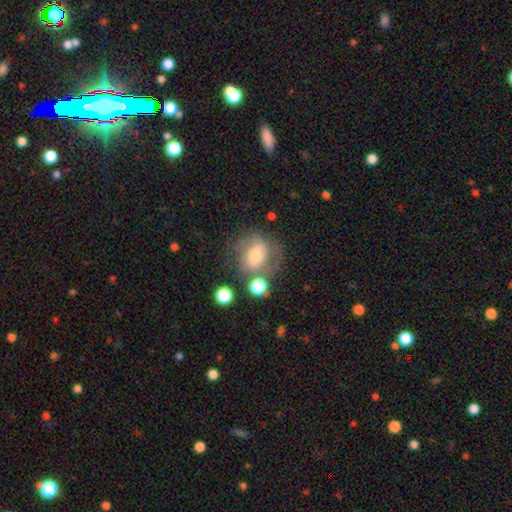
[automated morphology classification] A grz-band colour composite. It shows a smooth galaxy with no disk features (47%). Merging: none (54%).